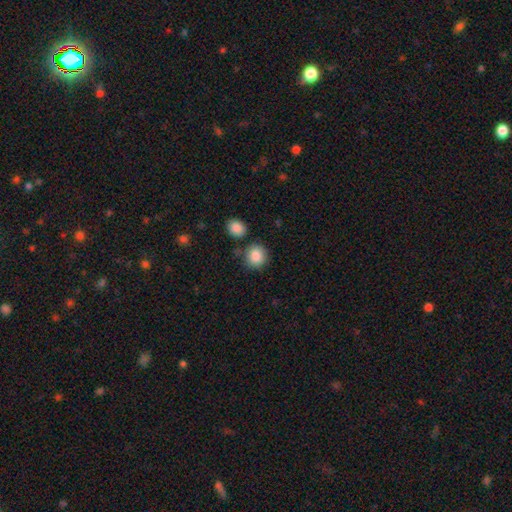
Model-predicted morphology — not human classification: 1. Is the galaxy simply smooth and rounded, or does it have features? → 88% smooth, 8% star or artifact, 4% featured or disk.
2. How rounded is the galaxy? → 86% round, 13% in between, 1% cigar-shaped.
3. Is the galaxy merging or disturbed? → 79% none, 11% minor disturbance, 7% merger, 3% major disturbance.